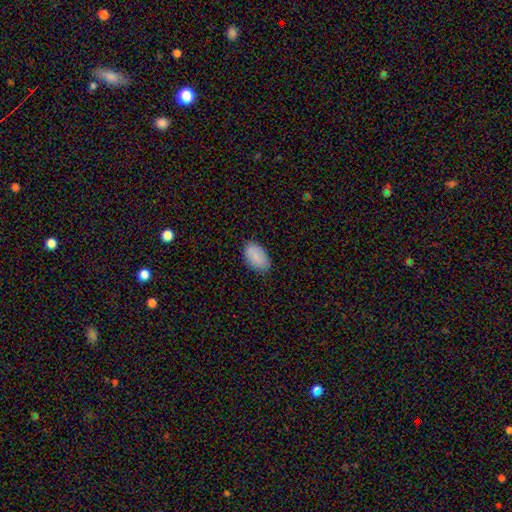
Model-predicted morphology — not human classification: This is clearly a smooth galaxy (86%). How rounded: clearly in between (94%). Merging: clearly none (84%).